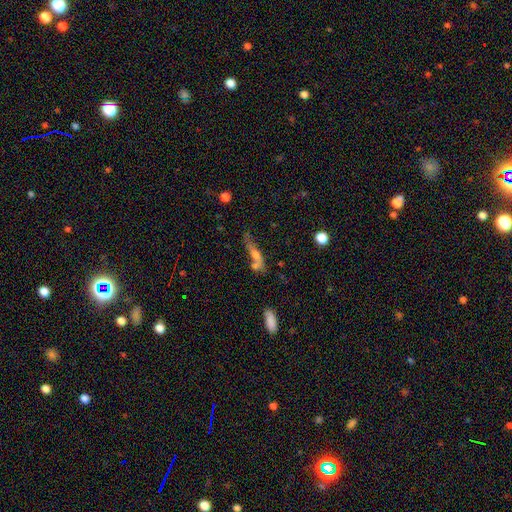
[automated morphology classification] Smooth or featured? featured or disk (46%)
Merging? none (41%)